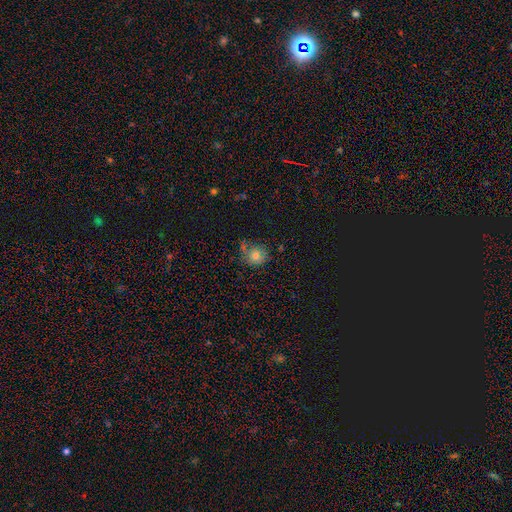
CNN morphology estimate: Smooth or featured? Predicted: smooth (p=0.76). How rounded? Predicted: round (p=0.85). Merging? Predicted: none (p=0.66).